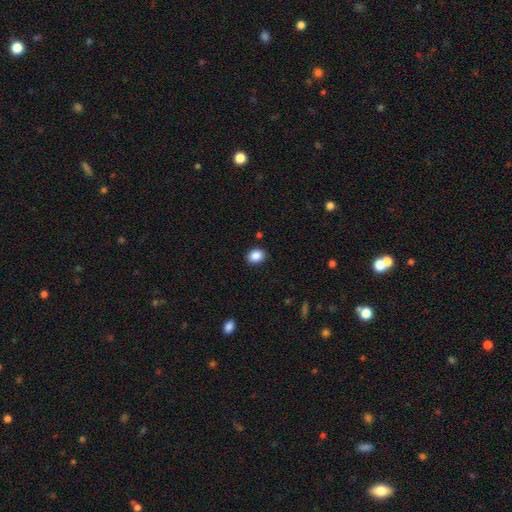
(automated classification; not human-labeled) smooth-or-featured: smooth: 88% | star or artifact: 9% | featured or disk: 3%
  how-rounded: in between: 53% | round: 46% | cigar-shaped: 1%
  merging: none: 89% | minor disturbance: 8% | major disturbance: 2% | merger: 1%